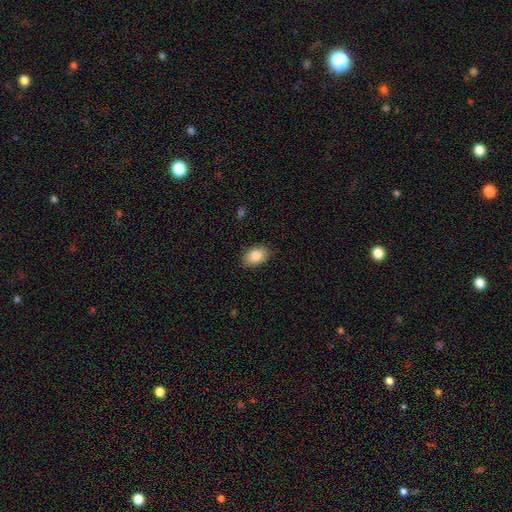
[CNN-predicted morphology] A smooth galaxy with no disk features (87%) that is in between round and cigar-shaped (86%).

Vote fractions:
- Smooth or featured? smooth: 87% / star or artifact: 7% / featured or disk: 6%
- How rounded? in between: 86% / round: 13% / cigar-shaped: 1%
- Merging? none: 84% / minor disturbance: 12% / major disturbance: 3% / merger: 1%